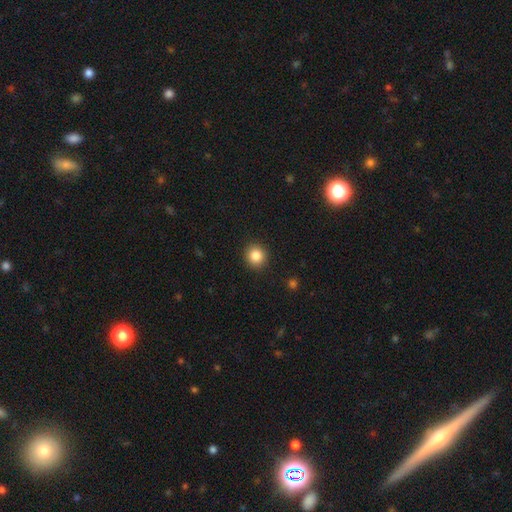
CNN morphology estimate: Overall: smooth (85%). How rounded: round (90%). Merging: none (92%).